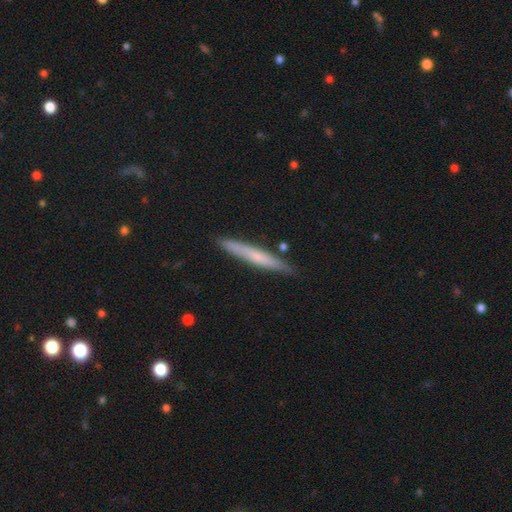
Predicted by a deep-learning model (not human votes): smooth 51%, featured or disk 43%, star or artifact 6%. Down the decision tree: how rounded — cigar-shaped (96%); merging — none (86%).